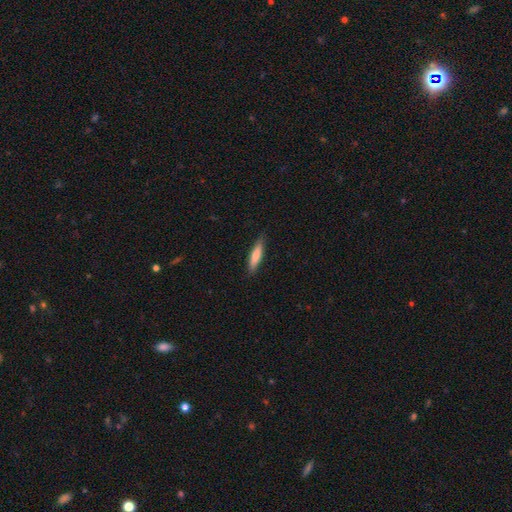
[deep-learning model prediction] This appears to be a smooth galaxy with no disk features (73%) that is cigar-shaped (82%). Merging: none (87%).